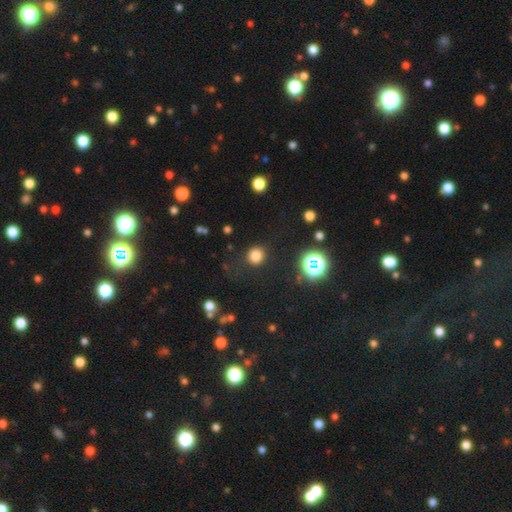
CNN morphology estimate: smooth-or-featured: smooth: 78% | star or artifact: 16% | featured or disk: 5%
  how-rounded: round: 88% | in between: 11% | cigar-shaped: 1%
  merging: none: 86% | minor disturbance: 8% | major disturbance: 4% | merger: 2%